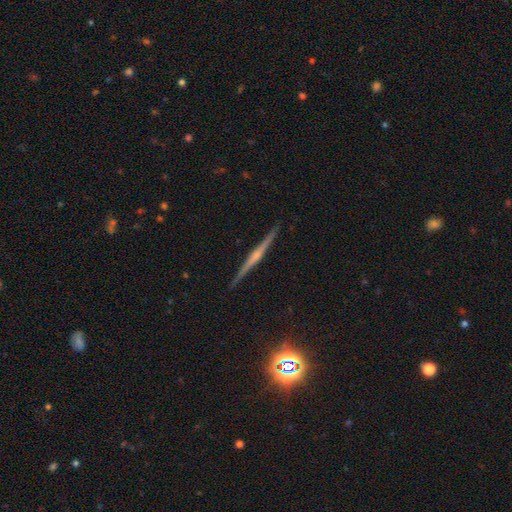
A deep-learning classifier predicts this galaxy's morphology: A featured or disk galaxy (78%) viewed edge-on (98%) with a rounded central bulge (67%). Merging: none (91%).